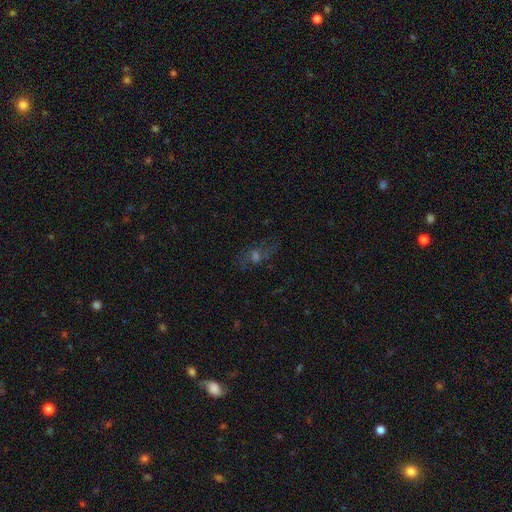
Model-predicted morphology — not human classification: Q: Smooth or featured?
A: featured or disk (39%); runner-up: star or artifact (33%)
Q: Merging?
A: none (72%); runner-up: minor disturbance (16%)